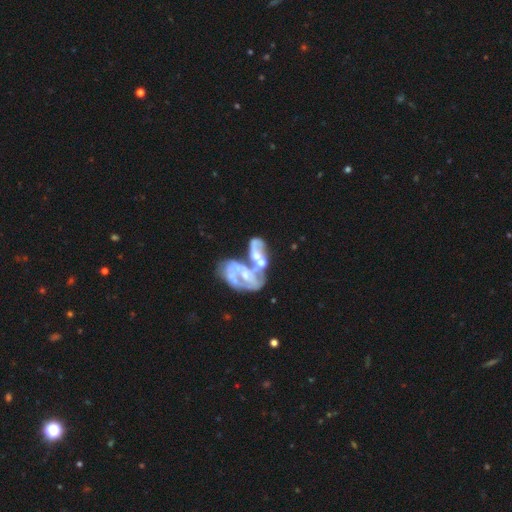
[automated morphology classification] This is likely a featured or disk galaxy (71%). It is clearly not viewed edge-on (97%). Bar: clearly no (80%). Spiral arm pattern: likely no (67%). Central bulge: marginally moderate (41%). Merging: likely merger (68%).